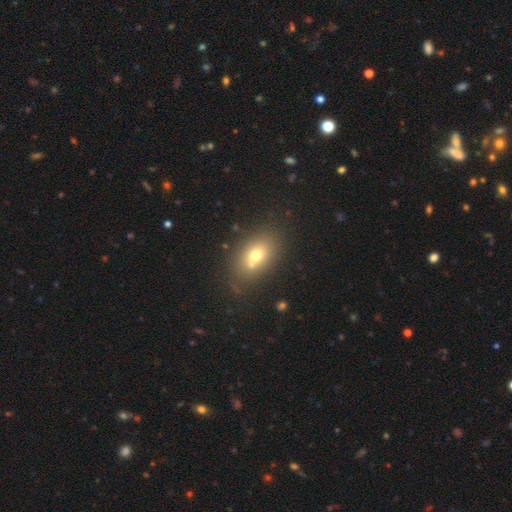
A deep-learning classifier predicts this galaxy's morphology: Smooth or featured: smooth — 67% (featured or disk — 20%)
How rounded: in between — 77% (round — 21%)
Merging: none — 60% (merger — 22%)